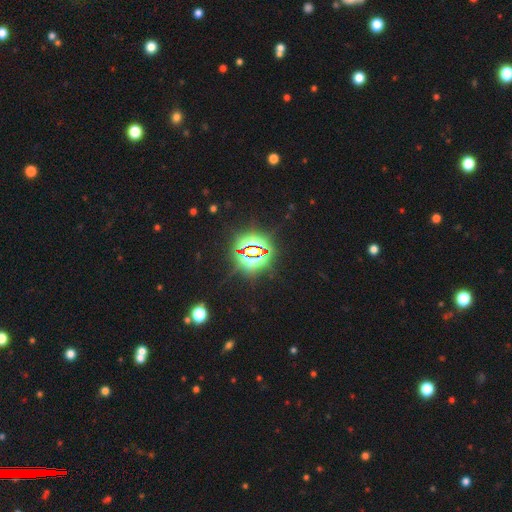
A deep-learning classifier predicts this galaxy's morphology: The model was most divided on "smooth or featured": star or artifact: 82%, smooth: 10%, featured or disk: 8%.